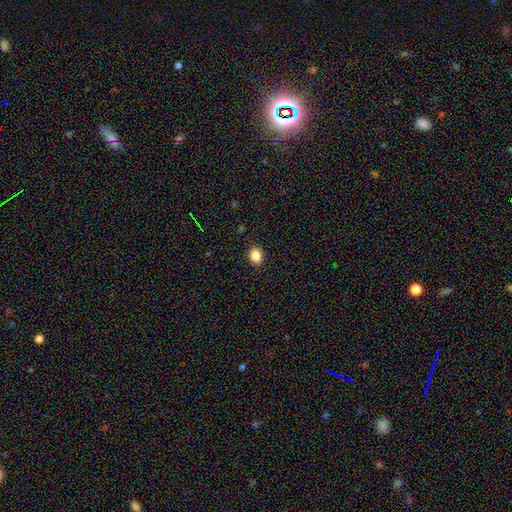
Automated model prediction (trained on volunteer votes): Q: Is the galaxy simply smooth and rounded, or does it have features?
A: smooth — 86%.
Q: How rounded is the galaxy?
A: round — 55%.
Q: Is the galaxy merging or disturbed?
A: none — 90%.